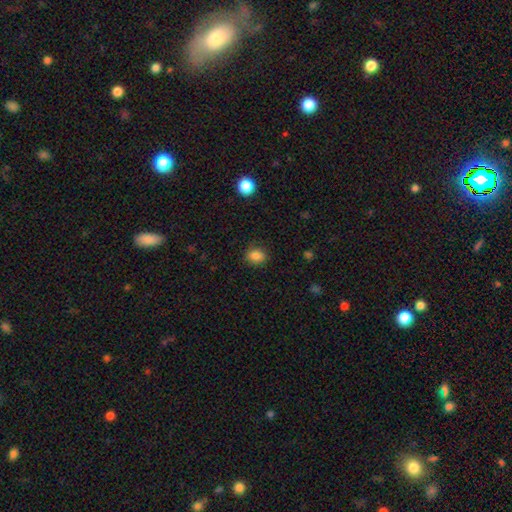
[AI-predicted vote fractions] smooth-or-featured: smooth: 85% | star or artifact: 11% | featured or disk: 4%
  how-rounded: round: 60% | in between: 39% | cigar-shaped: 1%
  merging: none: 85% | minor disturbance: 11% | major disturbance: 3% | merger: 1%